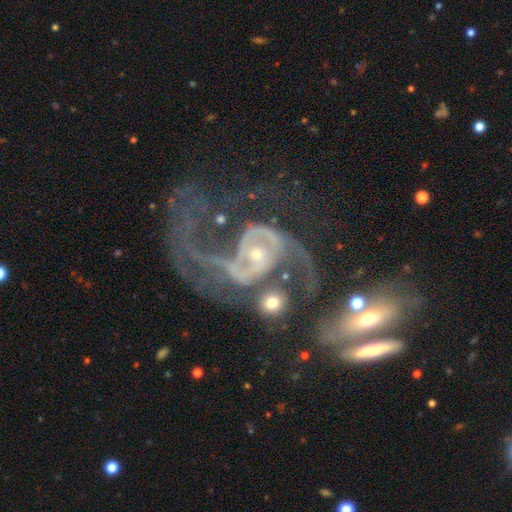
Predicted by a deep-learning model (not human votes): smooth-or-featured: featured or disk: 86% | star or artifact: 8% | smooth: 6%
  disk-edge-on: no: 97% | yes: 3%
    bar: no: 58% | weak: 28% | strong: 14%
    has-spiral-arms: yes: 92% | no: 8%
      spiral-winding: loose: 45% | medium: 39% | tight: 16%
      spiral-arm-count: 2: 69% | can't tell: 11% | 1: 8% | 3: 6% | 4: 3% | more than 4: 3%
    bulge-size: small: 67% | moderate: 27% | none: 3% | large: 2% | dominant: 1%
  merging: major disturbance: 39% | merger: 31% | none: 19% | minor disturbance: 11%